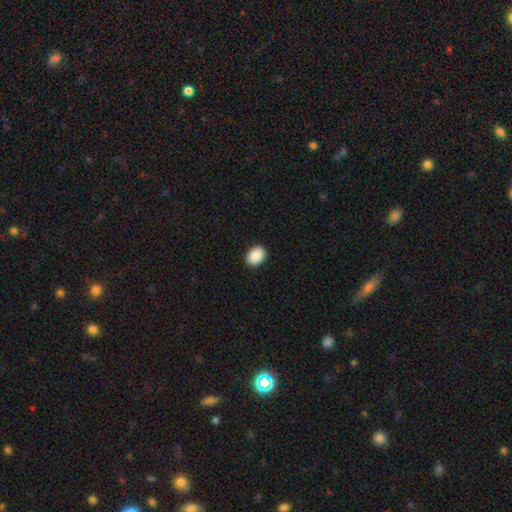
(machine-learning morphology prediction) A smooth galaxy with no disk features (90%) that is in between round and cigar-shaped (74%).

Vote fractions:
- Smooth or featured? smooth: 90% / star or artifact: 7% / featured or disk: 3%
- How rounded? in between: 74% / round: 25% / cigar-shaped: 1%
- Merging? none: 91% / minor disturbance: 6% / major disturbance: 2% / merger: 1%